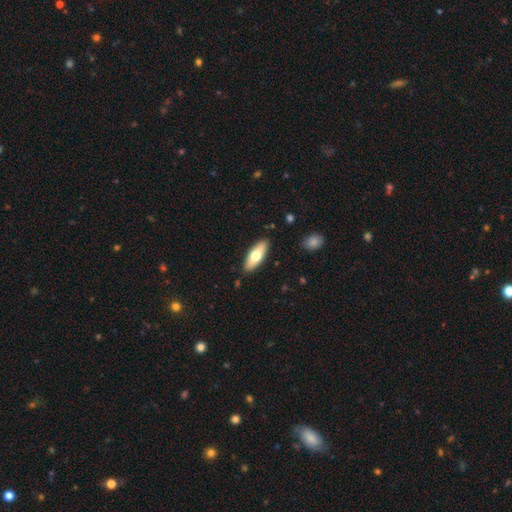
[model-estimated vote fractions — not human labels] smooth-or-featured: smooth: 67% | featured or disk: 28% | star or artifact: 6%
  how-rounded: in between: 71% | cigar-shaped: 27% | round: 2%
  merging: none: 88% | minor disturbance: 9% | major disturbance: 2% | merger: 1%